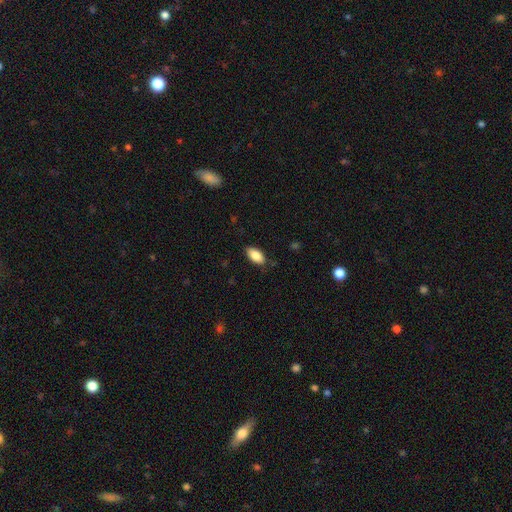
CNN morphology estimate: This appears to be a smooth galaxy with no disk features (85%) that is in between round and cigar-shaped (92%). Merging: none (83%).